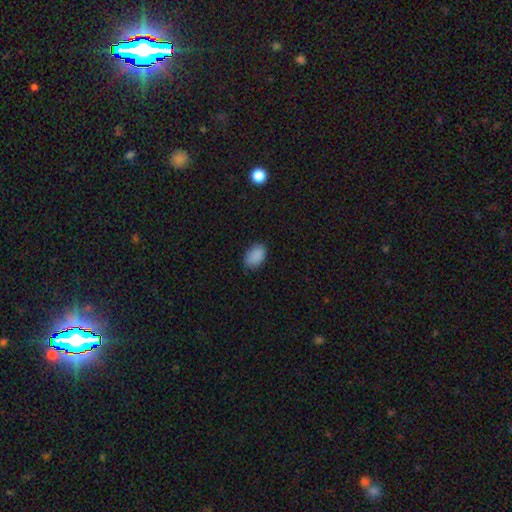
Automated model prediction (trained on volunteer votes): Morphology: type=smooth (89%); roundness=in between (88%); merging=none (82%).